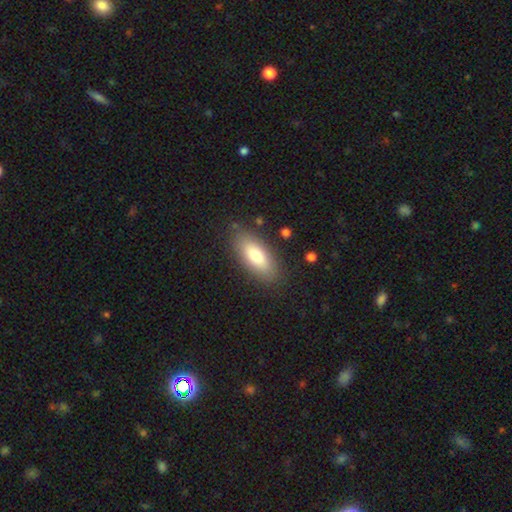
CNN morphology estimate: type=smooth (77%); roundness=in between (80%); merging=none (84%).